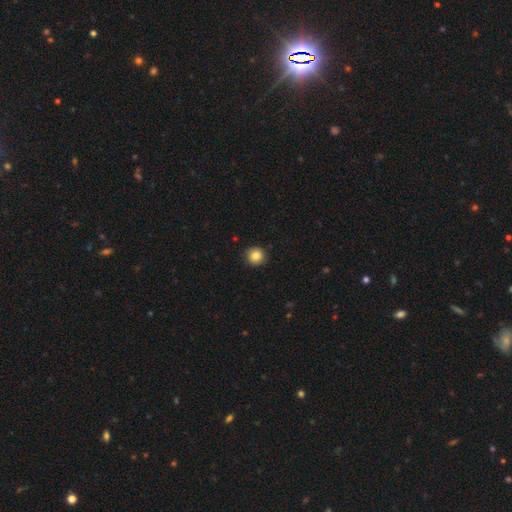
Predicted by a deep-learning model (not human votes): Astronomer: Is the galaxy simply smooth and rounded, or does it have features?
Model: smooth — 84%.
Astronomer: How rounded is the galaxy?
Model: round — 92%.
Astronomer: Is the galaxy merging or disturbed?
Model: none — 90%.